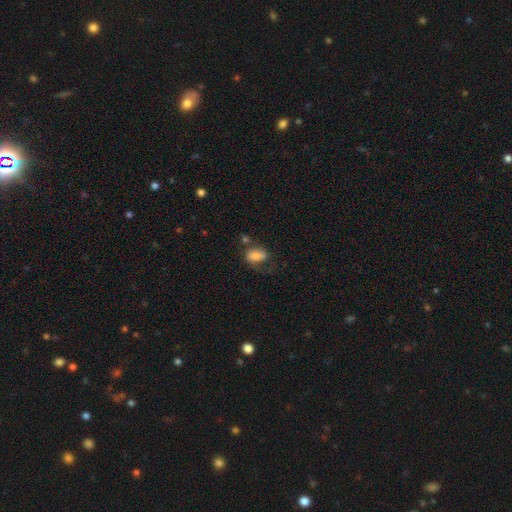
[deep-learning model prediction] A smooth galaxy with no disk features (74%) that is in between round and cigar-shaped (85%). Merging: none (49%).